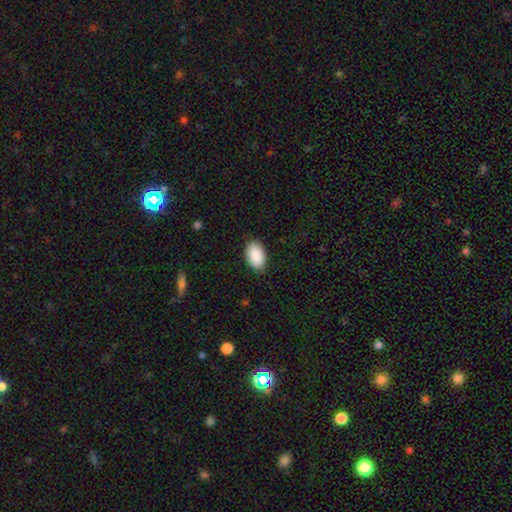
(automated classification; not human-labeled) This appears to be a smooth galaxy with no disk features (91%) that is in between round and cigar-shaped (95%). Merging: none (86%).